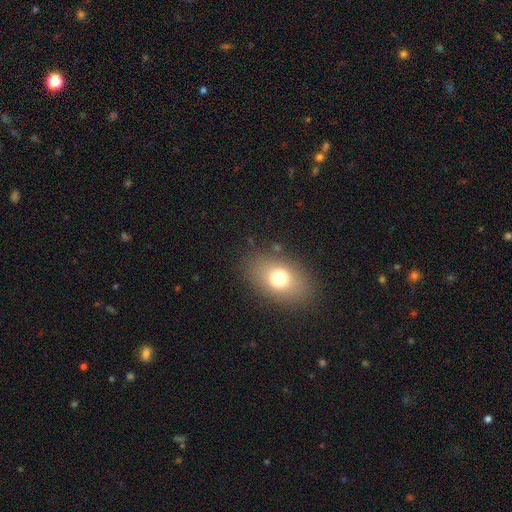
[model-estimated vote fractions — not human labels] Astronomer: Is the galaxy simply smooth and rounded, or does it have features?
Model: smooth — 72%.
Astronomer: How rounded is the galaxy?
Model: in between — 79%.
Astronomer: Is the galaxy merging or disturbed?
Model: none — 86%.